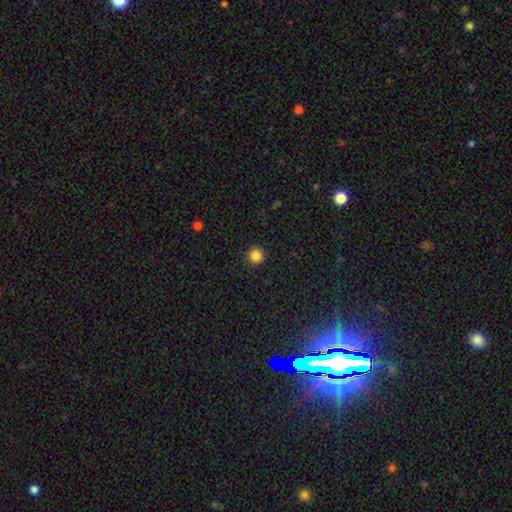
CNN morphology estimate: Smooth or featured?
  - smooth: 85% *
  - star or artifact: 11%
  - featured or disk: 3%
How rounded?
  - round: 95% *
  - in between: 4%
  - cigar-shaped: 1%
Merging?
  - none: 92% *
  - minor disturbance: 5%
  - major disturbance: 2%
  - merger: 1%